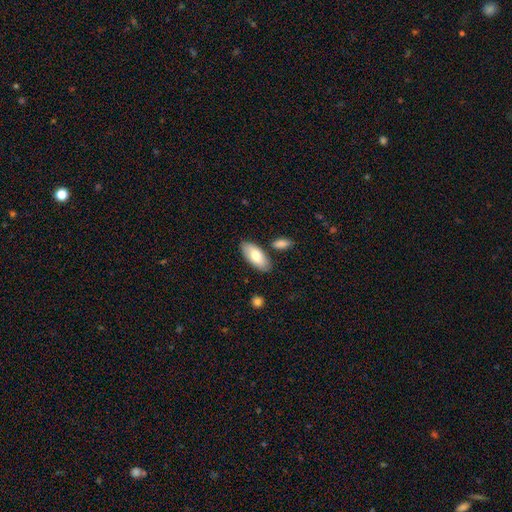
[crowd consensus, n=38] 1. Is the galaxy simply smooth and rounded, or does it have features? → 79% smooth, 16% featured or disk, 5% star or artifact.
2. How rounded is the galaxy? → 90% in between, 7% cigar-shaped, 3% round.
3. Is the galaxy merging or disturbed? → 78% none, 11% minor disturbance, 11% merger, 0% major disturbance.